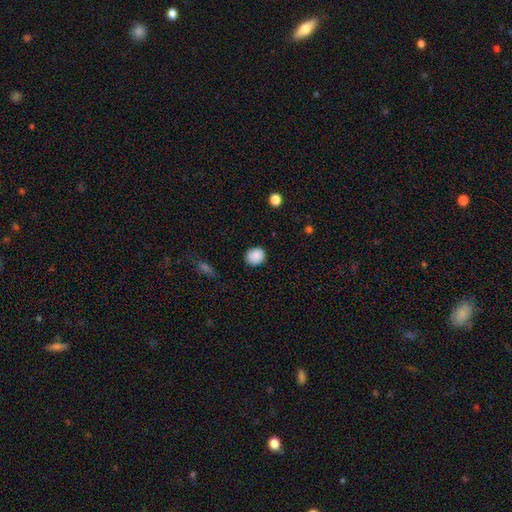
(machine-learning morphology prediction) Smooth or featured? Predicted: smooth (p=0.88). How rounded? Predicted: round (p=0.79). Merging? Predicted: none (p=0.85).